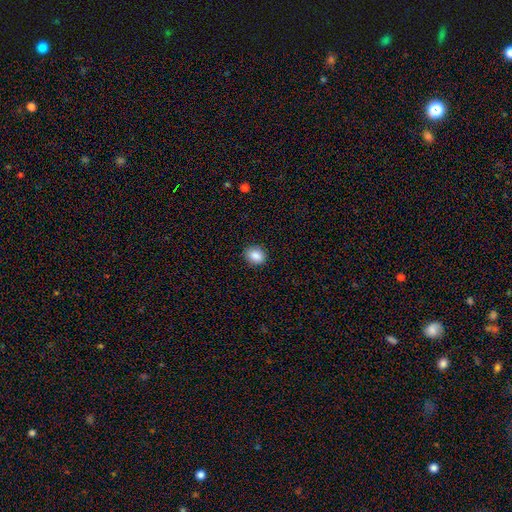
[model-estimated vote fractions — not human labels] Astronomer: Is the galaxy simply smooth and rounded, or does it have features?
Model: smooth — 88%.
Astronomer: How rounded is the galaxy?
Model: round — 53% (runner-up: in between, 46%).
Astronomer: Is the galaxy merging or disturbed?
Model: none — 89%.